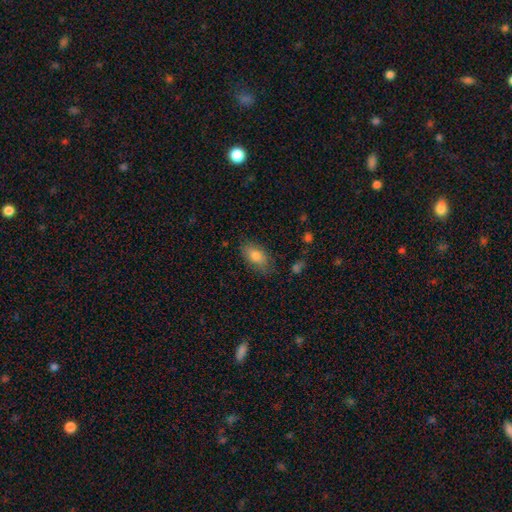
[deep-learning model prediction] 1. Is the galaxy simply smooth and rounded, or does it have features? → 81% smooth, 11% featured or disk, 8% star or artifact.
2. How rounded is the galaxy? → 90% in between, 5% round, 5% cigar-shaped.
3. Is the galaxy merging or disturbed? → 77% none, 17% minor disturbance, 4% major disturbance, 2% merger.